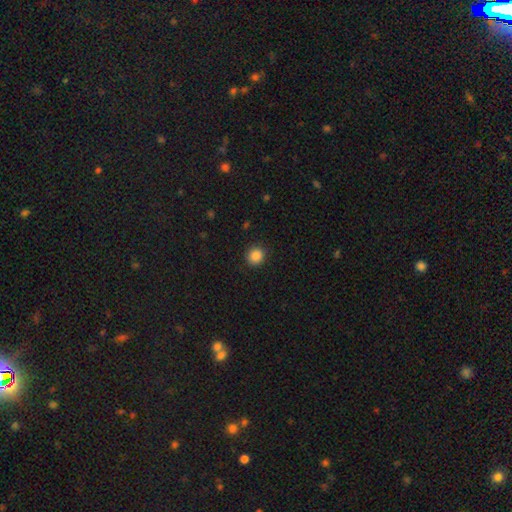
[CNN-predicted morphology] smooth-or-featured: smooth: 86% | star or artifact: 10% | featured or disk: 3%
  how-rounded: round: 91% | in between: 8% | cigar-shaped: 1%
  merging: none: 90% | minor disturbance: 7% | major disturbance: 2% | merger: 1%